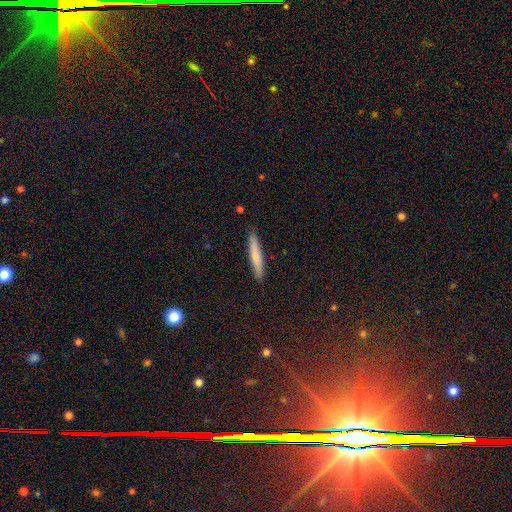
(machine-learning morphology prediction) A smooth galaxy with no disk features (70%) that is cigar-shaped (93%).

Vote fractions:
- Smooth or featured? smooth: 70% / featured or disk: 23% / star or artifact: 6%
- How rounded? cigar-shaped: 93% / in between: 5% / round: 1%
- Merging? none: 90% / minor disturbance: 7% / major disturbance: 2% / merger: 1%